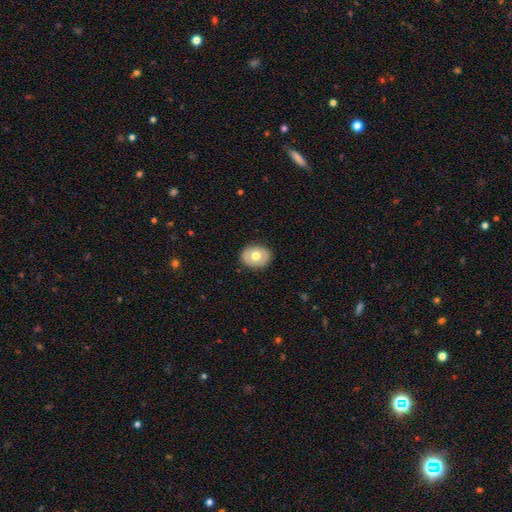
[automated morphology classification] A smooth galaxy with no disk features (61%) that is in between round and cigar-shaped (51%).

Vote fractions:
- Smooth or featured? smooth: 61% / featured or disk: 32% / star or artifact: 7%
- How rounded? in between: 51% / round: 48% / cigar-shaped: 1%
- Merging? none: 87% / minor disturbance: 10% / major disturbance: 2% / merger: 1%